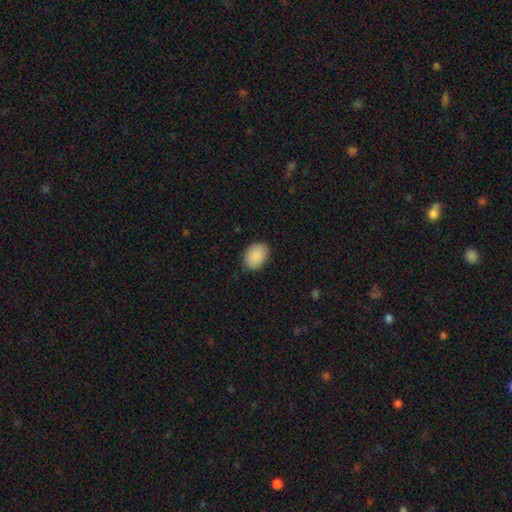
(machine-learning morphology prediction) Smooth or featured?
  - smooth: 90% *
  - star or artifact: 7%
  - featured or disk: 3%
How rounded?
  - in between: 75% *
  - round: 24%
  - cigar-shaped: 1%
Merging?
  - none: 85% *
  - minor disturbance: 11%
  - major disturbance: 2%
  - merger: 1%